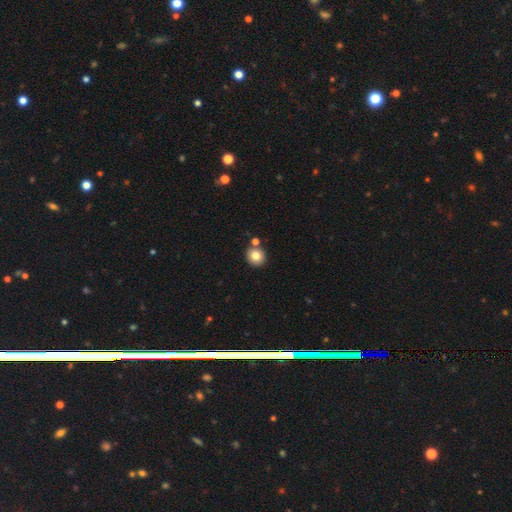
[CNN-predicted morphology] type=smooth (81%); roundness=round (90%); merging=none (79%).